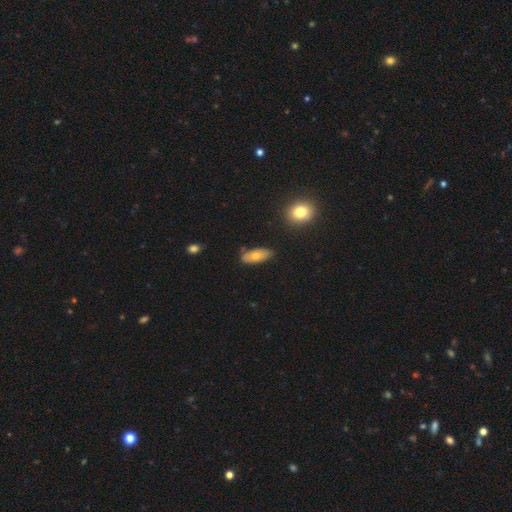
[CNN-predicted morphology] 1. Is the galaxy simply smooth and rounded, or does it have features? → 68% smooth, 24% featured or disk, 8% star or artifact.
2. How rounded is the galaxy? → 83% in between, 13% cigar-shaped, 4% round.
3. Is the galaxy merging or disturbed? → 73% none, 20% minor disturbance, 4% merger, 4% major disturbance.